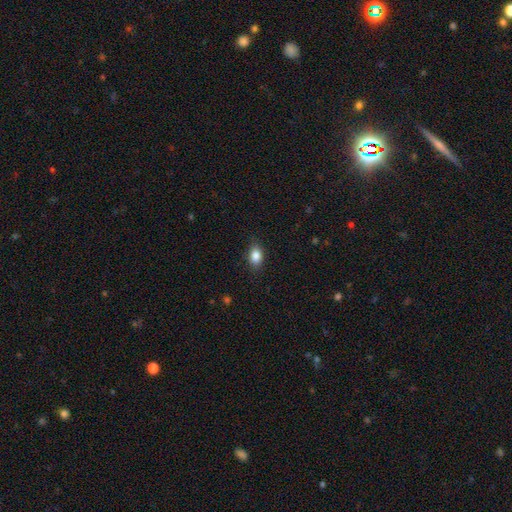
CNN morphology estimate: smooth-or-featured: smooth: 85% | star or artifact: 9% | featured or disk: 7%
  how-rounded: in between: 79% | round: 19% | cigar-shaped: 2%
  merging: none: 83% | minor disturbance: 13% | major disturbance: 3% | merger: 1%